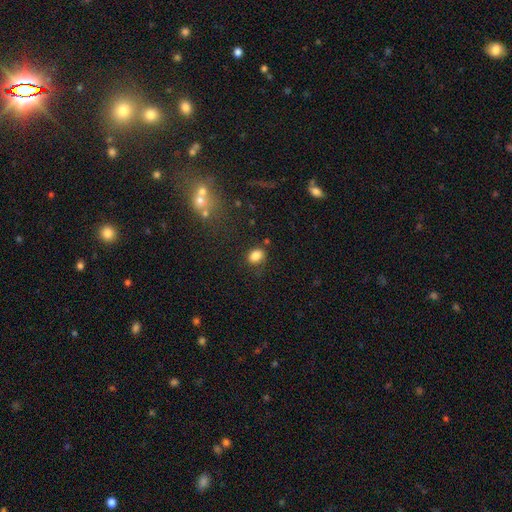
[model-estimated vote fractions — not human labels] Morphology: type=smooth (84%); roundness=in between (71%); merging=none (74%).